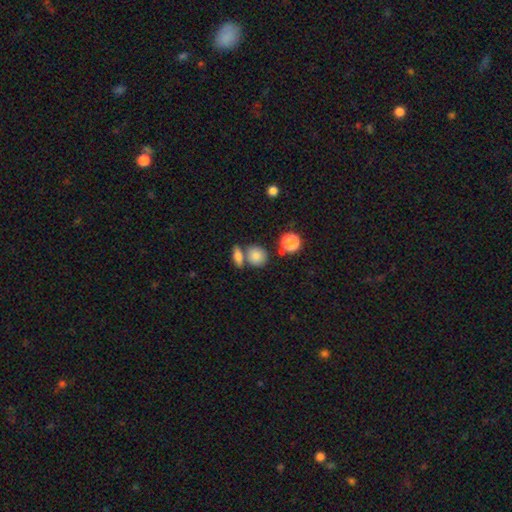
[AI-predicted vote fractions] smooth 81%, star or artifact 10%, featured or disk 9%. Down the decision tree: how rounded — round (73%); merging — none (61%).